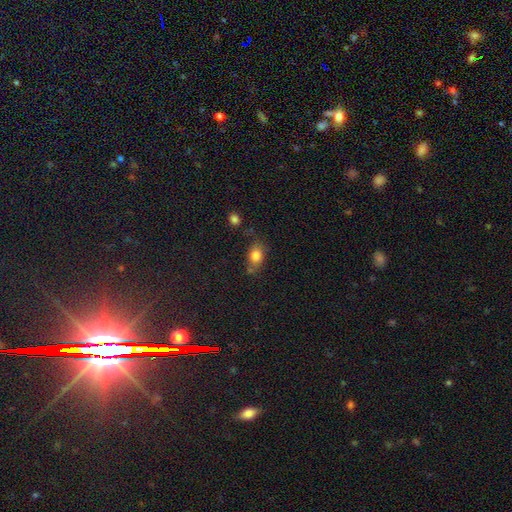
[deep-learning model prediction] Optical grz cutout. It shows a smooth galaxy with no disk features (81%) that is in between round and cigar-shaped (62%). Merging: none (62%).